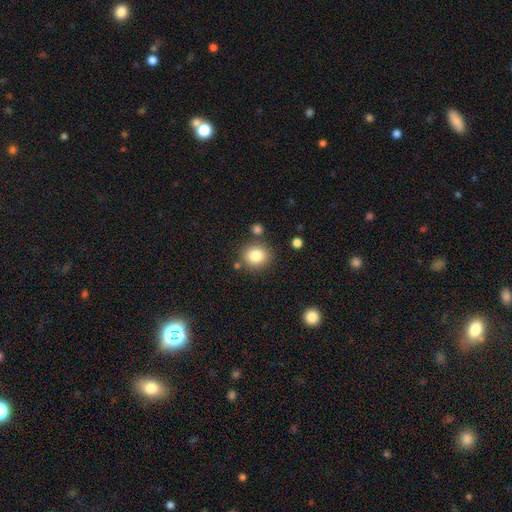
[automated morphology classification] Smooth or featured? smooth (82%)
How rounded? round (80%)
Merging? none (80%)